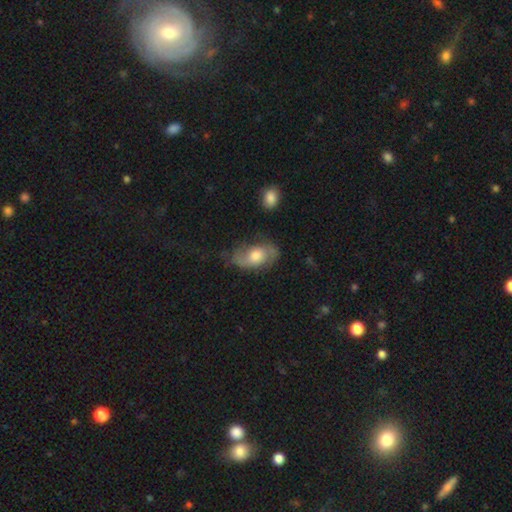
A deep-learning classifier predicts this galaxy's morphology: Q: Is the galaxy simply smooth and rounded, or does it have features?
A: featured or disk — 52%.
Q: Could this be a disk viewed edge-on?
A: no — 92%.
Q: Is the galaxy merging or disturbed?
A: none — 61%.